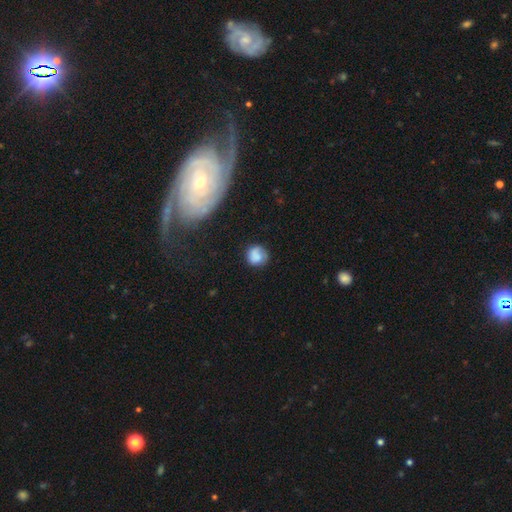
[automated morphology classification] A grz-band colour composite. It shows a smooth galaxy with no disk features (76%) that is round (85%). Merging: none (67%).